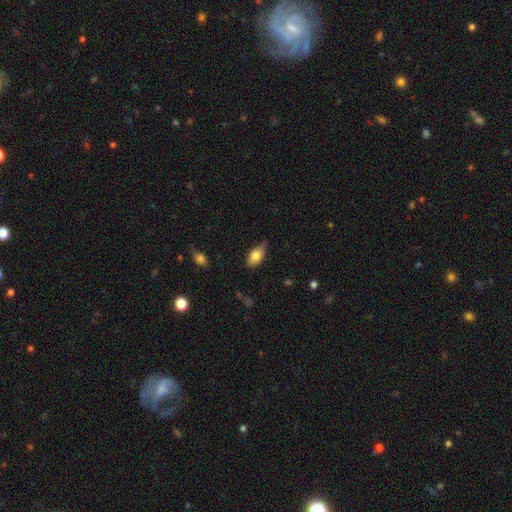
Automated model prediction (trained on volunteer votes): This appears to be a smooth galaxy with no disk features (79%) that is in between round and cigar-shaped (90%). Merging: none (64%).